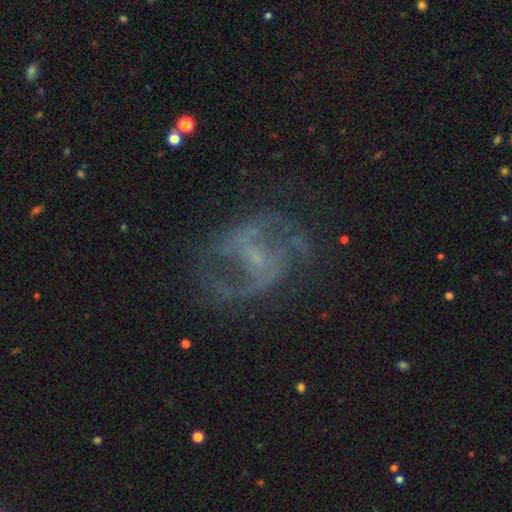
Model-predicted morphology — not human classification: Smooth or featured: featured or disk — 84% (star or artifact — 9%)
Edge-on disk: no — 98% (yes — 2%)
Bar: weak — 46% (no — 38%)
Spiral arms: yes — 92% (no — 8%)
Spiral winding: medium — 53% (loose — 31%)
Spiral arm count: 2 — 74% (can't tell — 10%)
Bulge size: small — 69% (none — 17%)
Merging: none — 66% (minor disturbance — 17%)